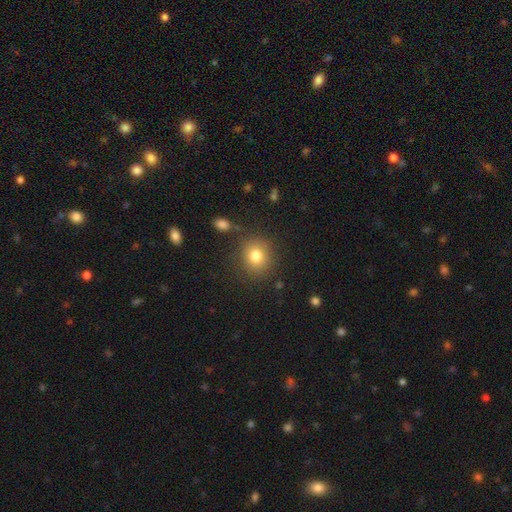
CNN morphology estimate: This appears to be a smooth galaxy with no disk features (80%) that is round (80%). Merging: none (84%).